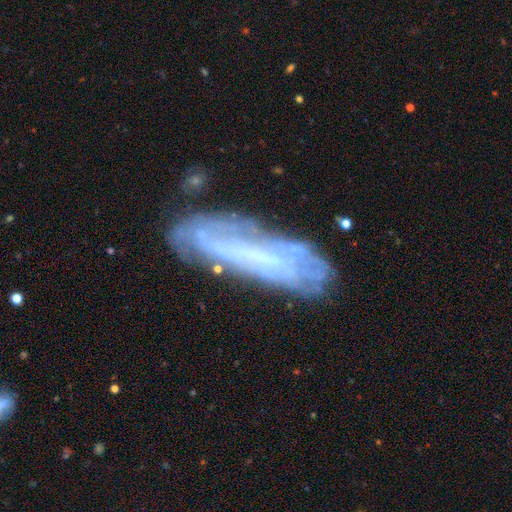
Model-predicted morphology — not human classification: Smooth or featured? featured or disk (67%)
Edge-on disk? no (67%)
Merging? none (65%)